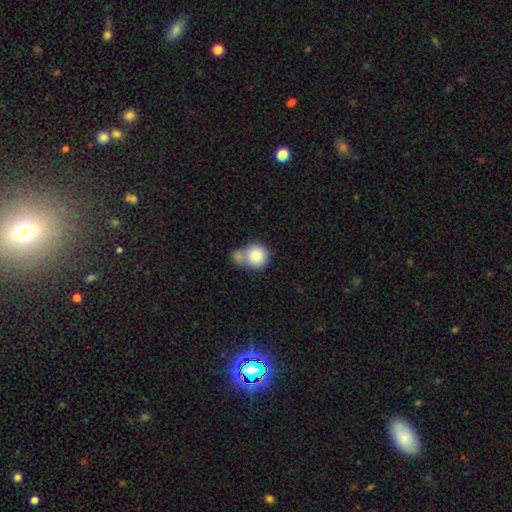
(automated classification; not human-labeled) Overall: smooth (83%). How rounded: round (86%). Merging: merger (49%; none 31%).